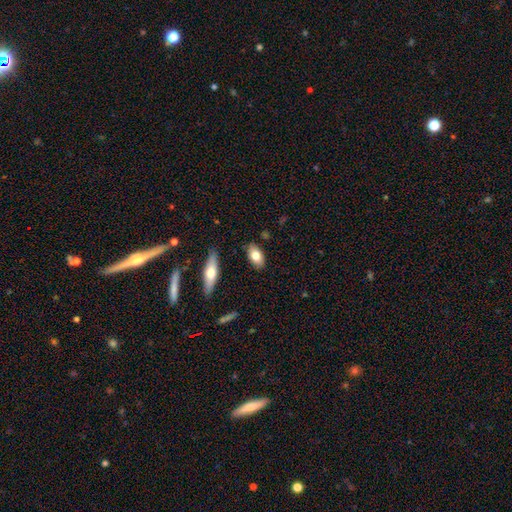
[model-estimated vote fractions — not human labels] Overall: smooth (76%). How rounded: in between (90%). Merging: none (85%).